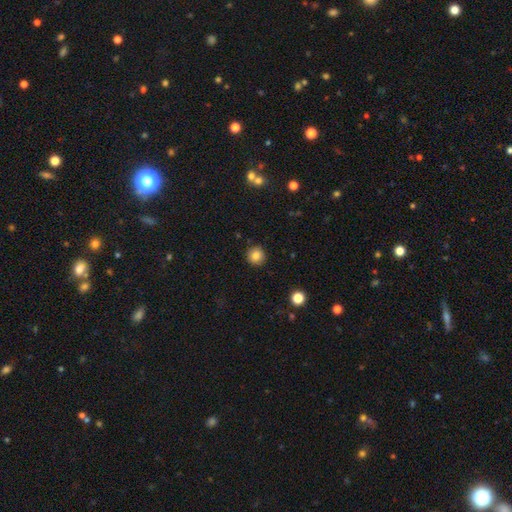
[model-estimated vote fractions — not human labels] This appears to be a smooth galaxy with no disk features (83%) that is round (94%). Merging: none (91%).